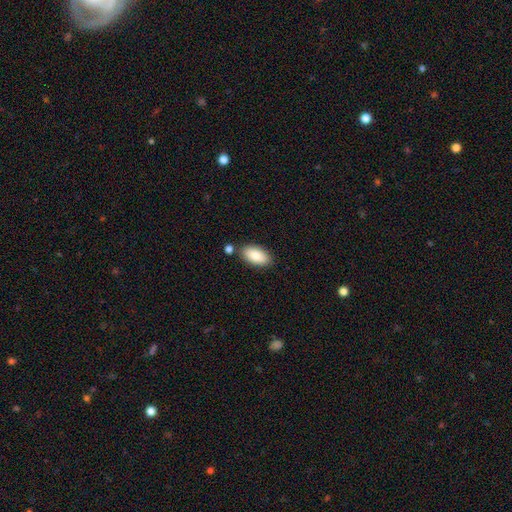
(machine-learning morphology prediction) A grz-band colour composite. It shows a smooth galaxy with no disk features (84%) that is in between round and cigar-shaped (93%). Merging: none (79%).